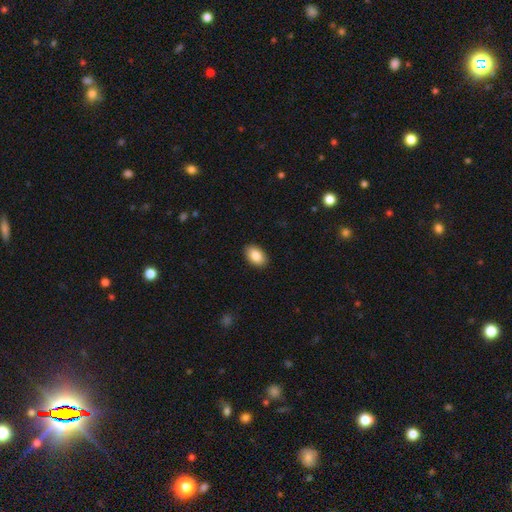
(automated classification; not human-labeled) Smooth or featured? smooth (88%)
How rounded? in between (91%)
Merging? none (90%)